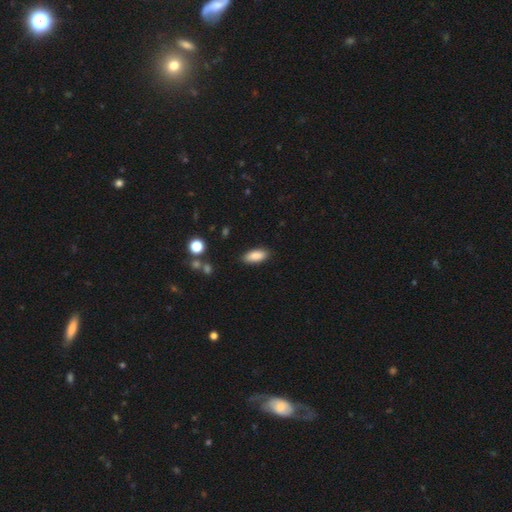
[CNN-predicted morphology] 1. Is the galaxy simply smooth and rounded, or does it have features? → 86% smooth, 7% star or artifact, 7% featured or disk.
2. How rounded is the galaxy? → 85% in between, 13% cigar-shaped, 2% round.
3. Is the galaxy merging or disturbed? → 87% none, 10% minor disturbance, 2% major disturbance, 1% merger.